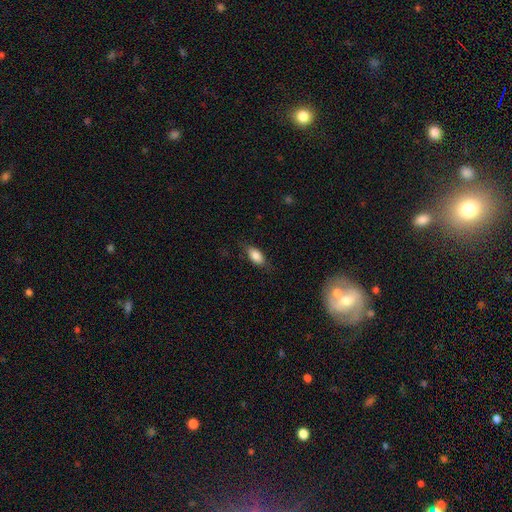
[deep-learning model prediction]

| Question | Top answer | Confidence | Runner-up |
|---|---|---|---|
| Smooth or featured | smooth | 83% | featured or disk (10%) |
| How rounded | in between | 87% | cigar-shaped (8%) |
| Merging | none | 75% | minor disturbance (18%) |